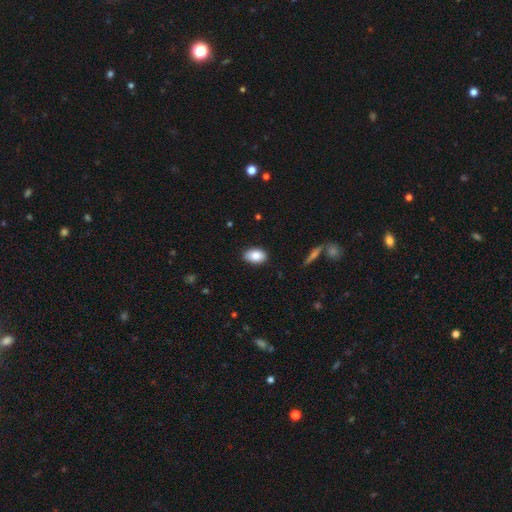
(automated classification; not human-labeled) Smooth or featured? Predicted: smooth (p=0.85). How rounded? Predicted: in between (p=0.89). Merging? Predicted: none (p=0.87).